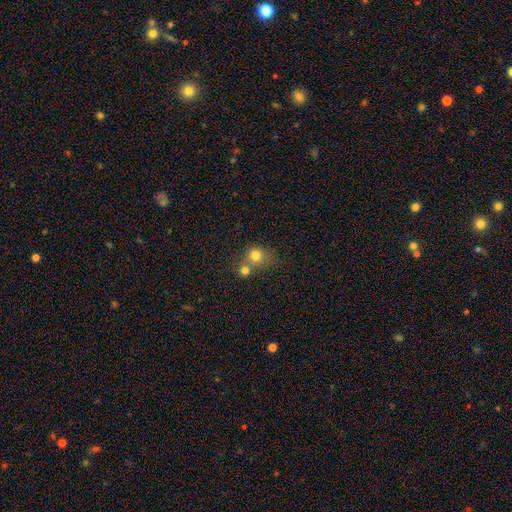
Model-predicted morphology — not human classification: Smooth or featured?
  - smooth: 77% *
  - star or artifact: 13%
  - featured or disk: 10%
How rounded?
  - round: 78% *
  - in between: 21%
  - cigar-shaped: 1%
Merging?
  - merger: 49% *
  - none: 39%
  - minor disturbance: 8%
  - major disturbance: 4%